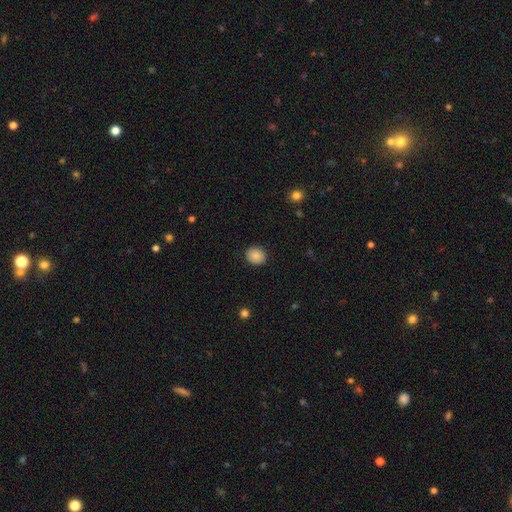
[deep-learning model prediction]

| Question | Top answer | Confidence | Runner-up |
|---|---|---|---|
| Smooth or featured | smooth | 88% | star or artifact (9%) |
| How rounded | round | 72% | in between (27%) |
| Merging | none | 90% | minor disturbance (7%) |